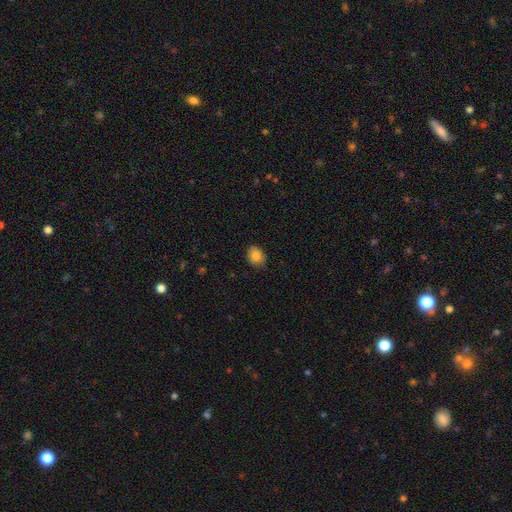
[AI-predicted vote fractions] A smooth galaxy with no disk features (84%) that is in between round and cigar-shaped (53%). Merging: none (80%).